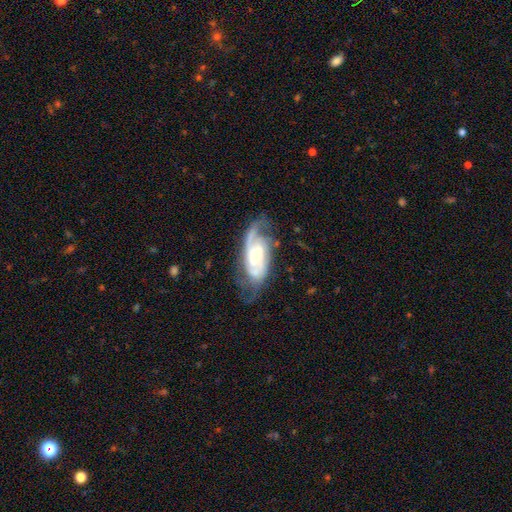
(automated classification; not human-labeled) smooth_or_featured: featured or disk (p=0.86) [alt: smooth p=0.09]
disk_edge_on: no (p=0.95) [alt: yes p=0.05]
bar: weak (p=0.44) [alt: no p=0.36]
has_spiral_arms: yes (p=0.96) [alt: no p=0.04]
spiral_winding: medium (p=0.48) [alt: tight p=0.36]
spiral_arm_count: 2 (p=0.68) [alt: can't tell p=0.12]
bulge_size: moderate (p=0.42) [alt: small p=0.32]
merging: none (p=0.61) [alt: minor disturbance p=0.22]